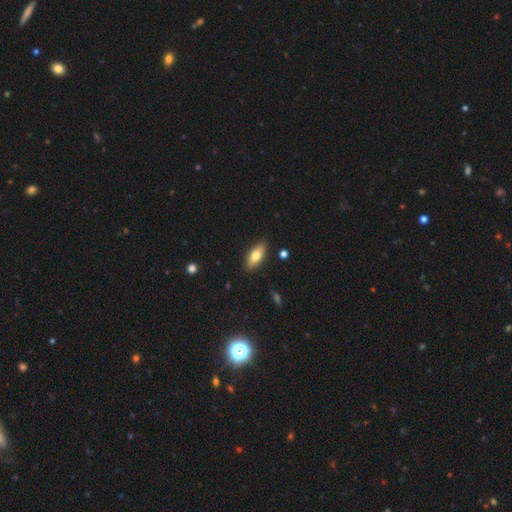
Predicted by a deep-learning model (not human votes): Morphology: type=smooth (73%); roundness=in between (80%); merging=none (88%).